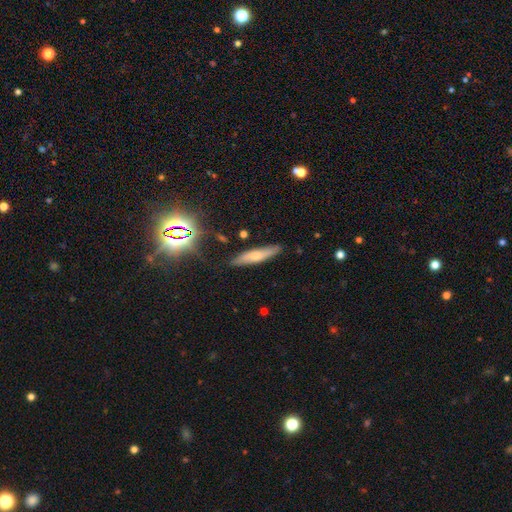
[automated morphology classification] This is possibly a smooth galaxy (59%). How rounded: clearly cigar-shaped (83%). Merging: clearly none (84%).